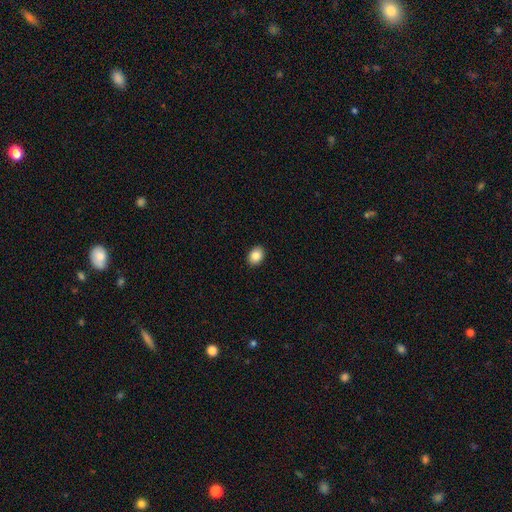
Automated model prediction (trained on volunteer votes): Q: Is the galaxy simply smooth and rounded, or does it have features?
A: smooth — 86%.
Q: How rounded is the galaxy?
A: in between — 67%.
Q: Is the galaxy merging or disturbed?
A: none — 91%.